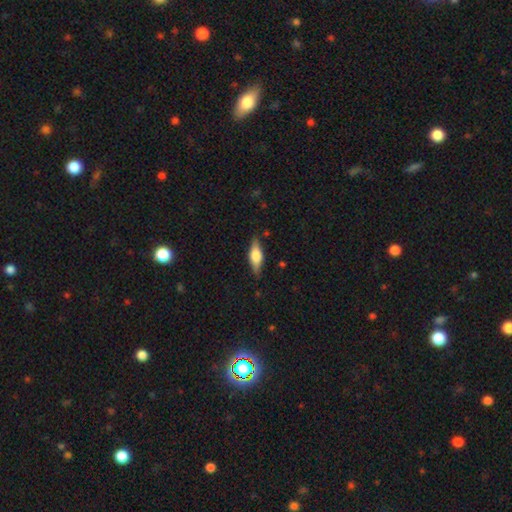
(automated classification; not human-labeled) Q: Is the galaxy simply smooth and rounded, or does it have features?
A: smooth — 51%.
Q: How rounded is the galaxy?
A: in between — 61%.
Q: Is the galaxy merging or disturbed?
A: none — 83%.